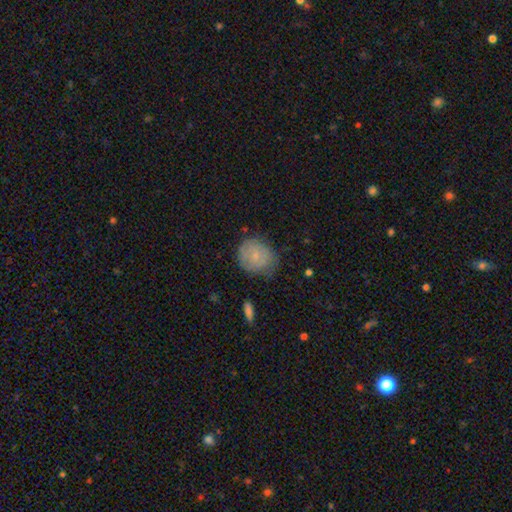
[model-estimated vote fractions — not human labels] A smooth galaxy with no disk features (73%) that is round (76%).

Vote fractions:
- Smooth or featured? smooth: 73% / featured or disk: 19% / star or artifact: 8%
- How rounded? round: 76% / in between: 23% / cigar-shaped: 1%
- Merging? none: 64% / minor disturbance: 27% / major disturbance: 7% / merger: 2%